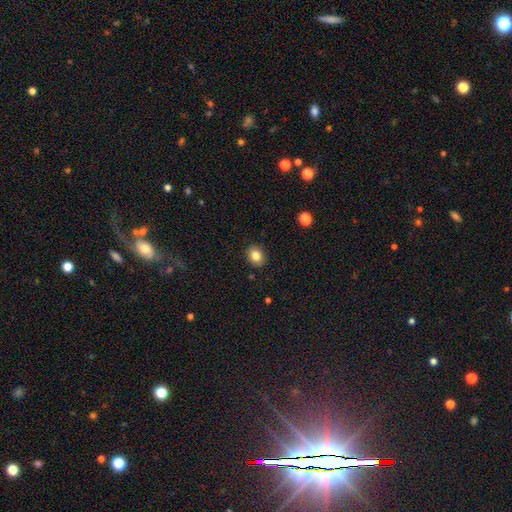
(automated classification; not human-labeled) Smooth or featured? smooth (82%)
How rounded? round (50%)
Merging? none (89%)